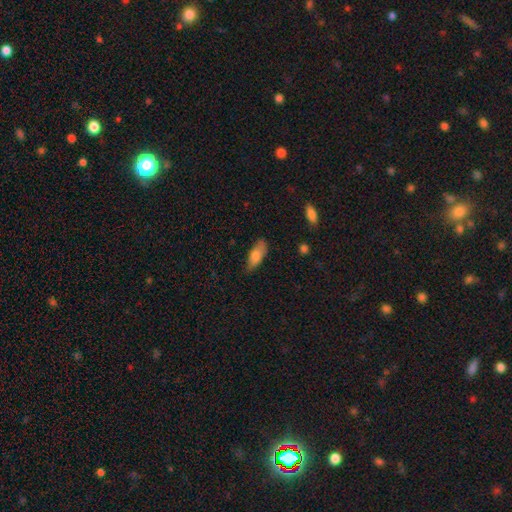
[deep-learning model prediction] smooth 77%, featured or disk 16%, star or artifact 7%. Down the decision tree: how rounded — in between (75%); merging — none (68%).